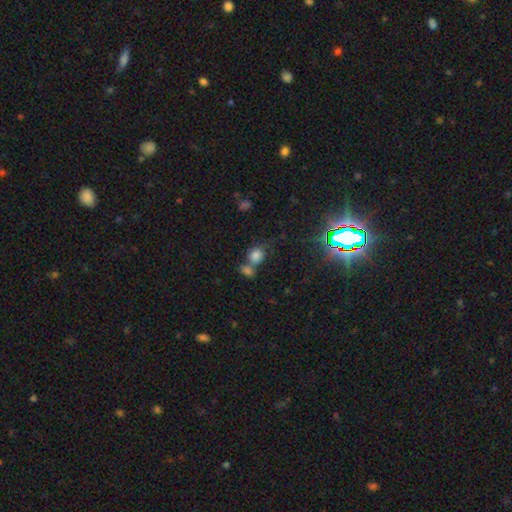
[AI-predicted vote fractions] Overall: smooth (77%). How rounded: round (64%; in between 34%). Merging: merger (46%; none 40%).